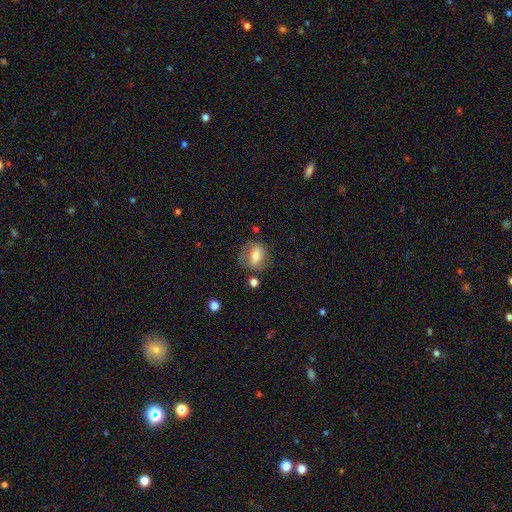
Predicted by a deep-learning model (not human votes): The model was most divided on "how rounded": in between: 57%, round: 40%, cigar-shaped: 3%. More confident: merging — none (65%); smooth or featured — smooth (58%).